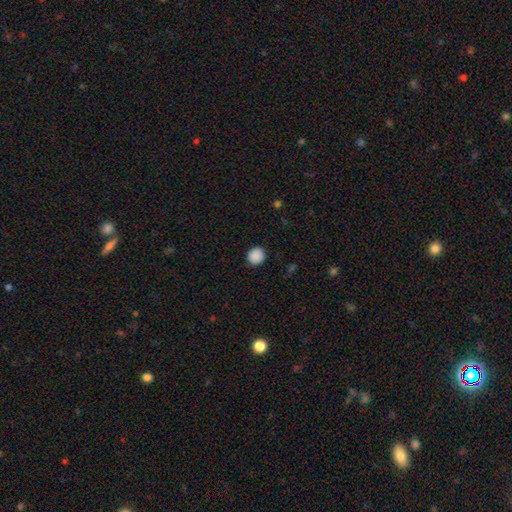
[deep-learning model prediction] Smooth or featured? smooth (89%)
How rounded? round (89%)
Merging? none (90%)